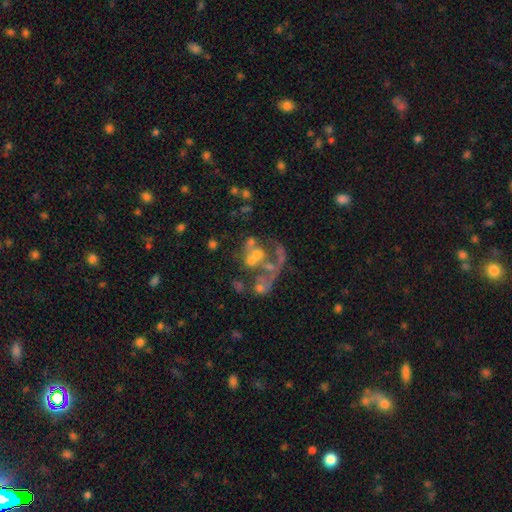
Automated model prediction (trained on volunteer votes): Overall: featured or disk (60%; smooth 22%). Edge-on disk: no (98%). Bar: no (89%). Spiral arms: no (84%). Bulge size: none (55%; moderate 22%). Merging: merger (40%; major disturbance 26%).